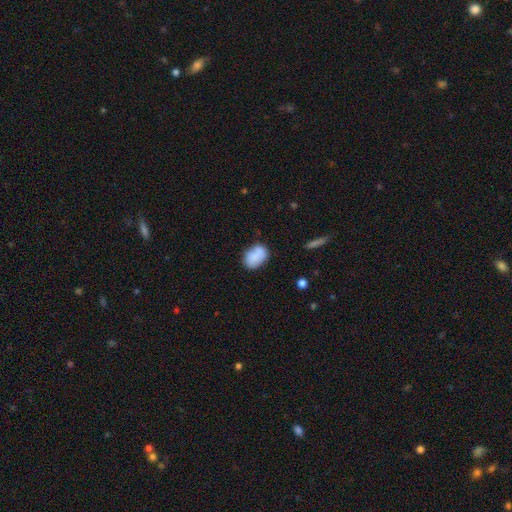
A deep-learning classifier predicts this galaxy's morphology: The model was most divided on "merging": none: 66%, minor disturbance: 22%, merger: 7%, major disturbance: 5%. More confident: smooth or featured — smooth (82%); how rounded — in between (79%).